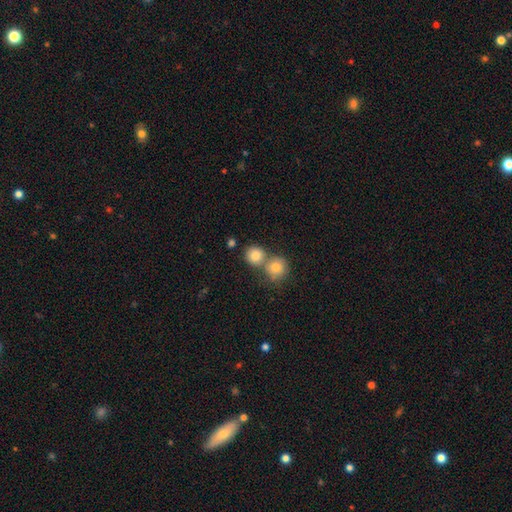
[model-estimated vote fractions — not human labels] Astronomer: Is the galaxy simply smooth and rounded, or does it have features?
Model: smooth — 81%.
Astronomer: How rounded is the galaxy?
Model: round — 86%.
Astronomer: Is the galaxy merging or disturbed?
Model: none — 48% (runner-up: merger, 42%).